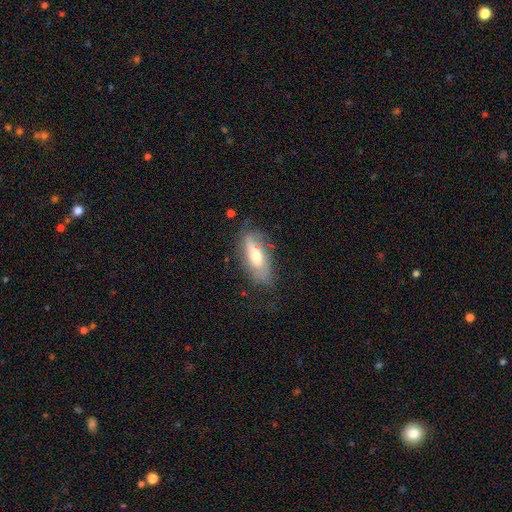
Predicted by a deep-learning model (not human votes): Smooth or featured?
  - smooth: 47% *
  - featured or disk: 46%
  - star or artifact: 8%
Merging?
  - none: 65% *
  - minor disturbance: 24%
  - major disturbance: 8%
  - merger: 2%